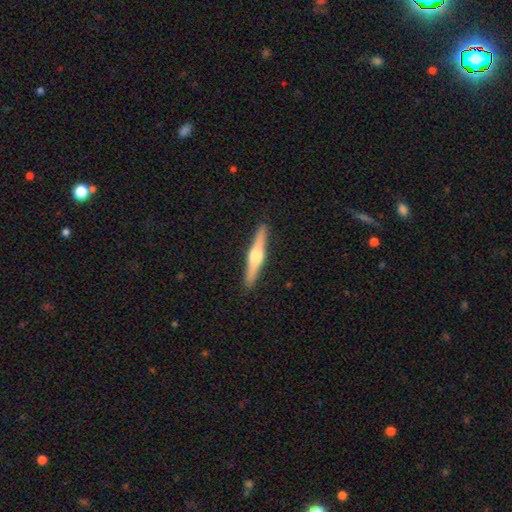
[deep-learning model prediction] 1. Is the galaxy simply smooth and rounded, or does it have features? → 69% featured or disk, 26% smooth, 5% star or artifact.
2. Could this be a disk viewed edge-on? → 98% yes, 2% no.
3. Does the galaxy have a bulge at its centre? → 92% rounded, 5% boxy, 3% none.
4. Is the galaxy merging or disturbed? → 92% none, 6% minor disturbance, 1% major disturbance, 1% merger.